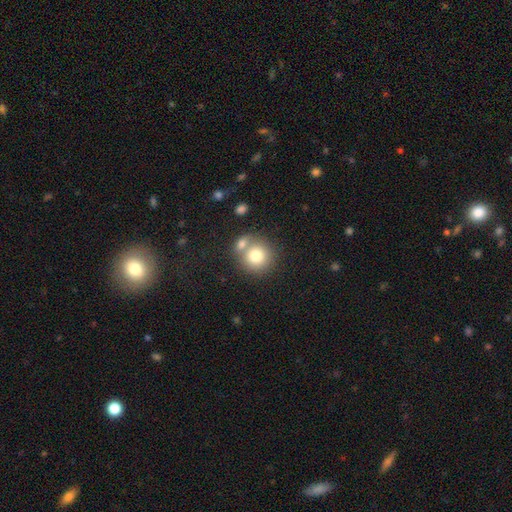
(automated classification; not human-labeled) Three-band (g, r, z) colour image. It shows a smooth galaxy with no disk features (77%) that is round (89%). Merging: none (53%).